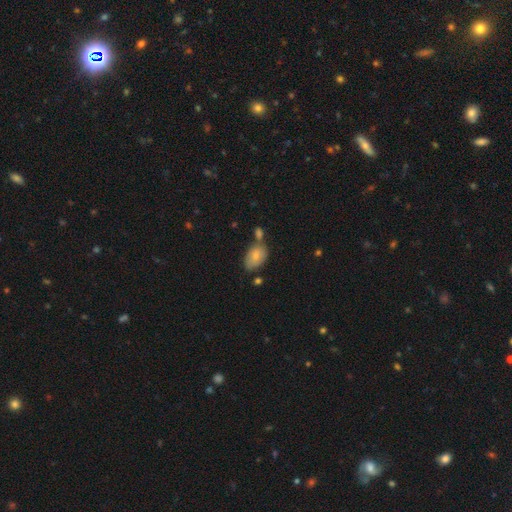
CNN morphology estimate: The model was most divided on "merging": none: 53%, merger: 23%, minor disturbance: 19%, major disturbance: 5%. More confident: how rounded — in between (88%); smooth or featured — smooth (79%).